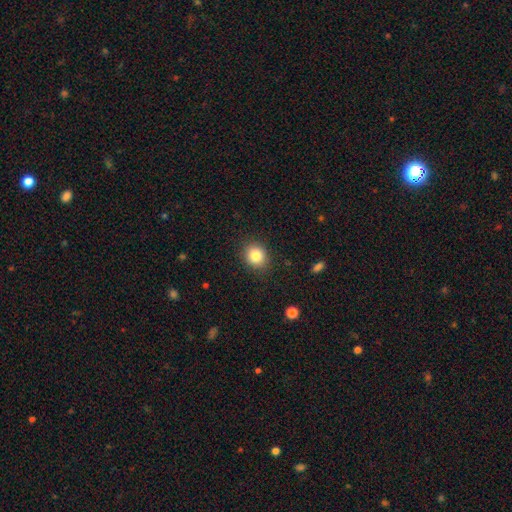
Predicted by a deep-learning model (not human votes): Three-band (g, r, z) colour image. It shows a smooth galaxy with no disk features (83%) that is round (74%). Merging: none (89%).